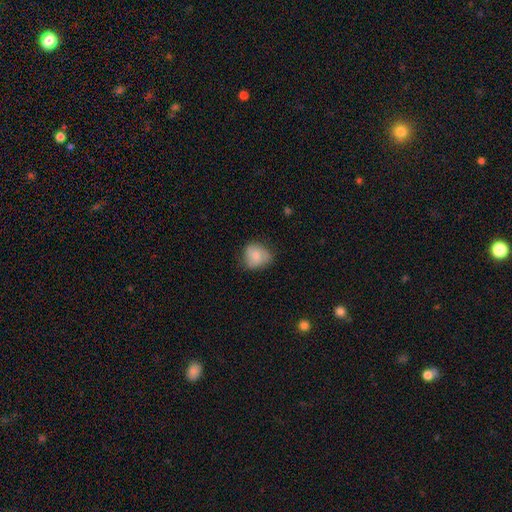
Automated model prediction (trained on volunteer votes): Smooth or featured?
  - smooth: 77% *
  - featured or disk: 16%
  - star or artifact: 8%
How rounded?
  - round: 66% *
  - in between: 33%
  - cigar-shaped: 1%
Merging?
  - none: 59% *
  - minor disturbance: 31%
  - major disturbance: 9%
  - merger: 2%